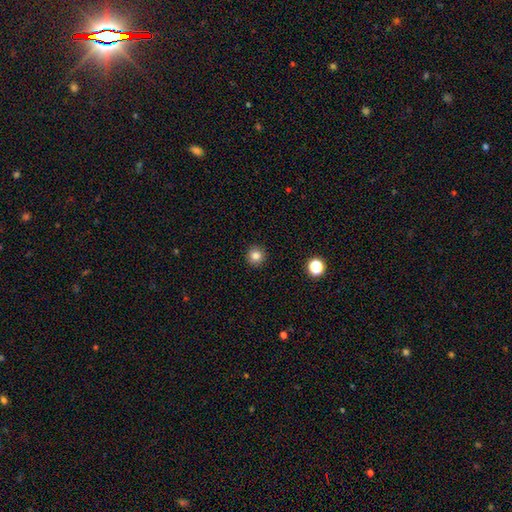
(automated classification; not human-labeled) This is clearly a smooth galaxy (82%). How rounded: clearly round (96%). Merging: clearly none (93%).